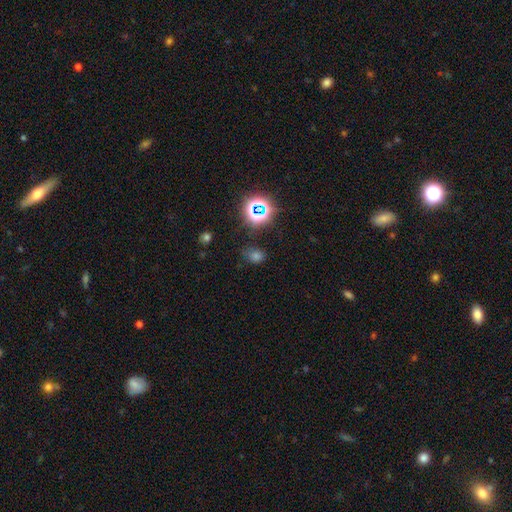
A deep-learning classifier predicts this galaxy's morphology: This is possibly a smooth galaxy (50%). How rounded: possibly round (53%). Merging: likely none (77%).